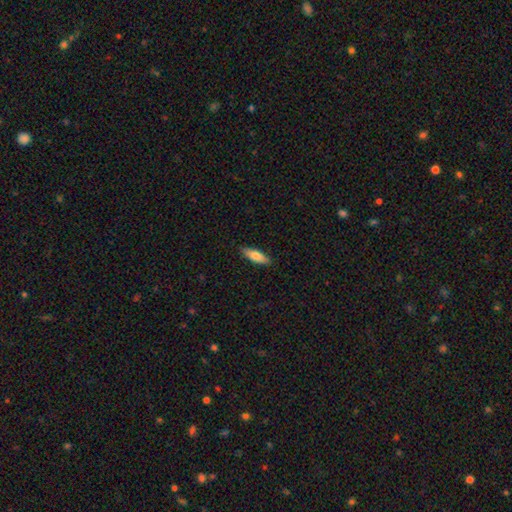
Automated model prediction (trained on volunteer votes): The model was most divided on "how rounded": in between: 56%, cigar-shaped: 42%, round: 2%. More confident: merging — none (88%); smooth or featured — smooth (77%).